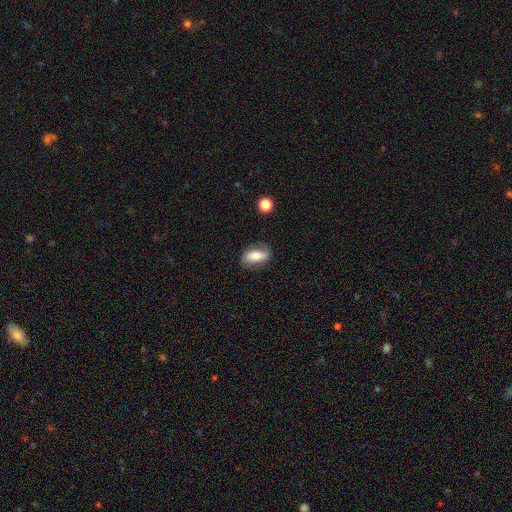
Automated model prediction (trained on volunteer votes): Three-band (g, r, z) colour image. It shows a smooth galaxy with no disk features (65%) that is in between round and cigar-shaped (86%). Merging: none (74%).